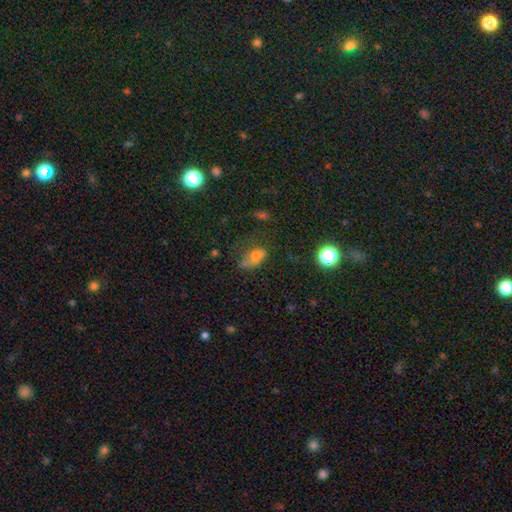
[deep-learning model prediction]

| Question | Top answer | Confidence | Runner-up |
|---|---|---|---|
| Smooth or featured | smooth | 58% | star or artifact (24%) |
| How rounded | in between | 70% | round (24%) |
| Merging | none | 39% | minor disturbance (23%) |